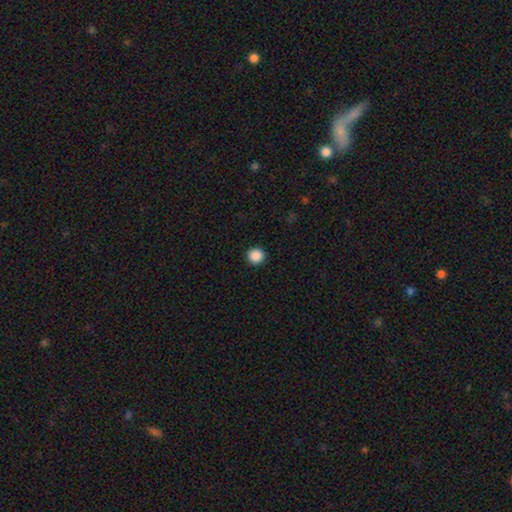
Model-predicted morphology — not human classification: A smooth galaxy with no disk features (89%) that is round (94%).

Vote fractions:
- Smooth or featured? smooth: 89% / star or artifact: 9% / featured or disk: 2%
- How rounded? round: 94% / in between: 5% / cigar-shaped: 1%
- Merging? none: 93% / minor disturbance: 4% / major disturbance: 2% / merger: 1%